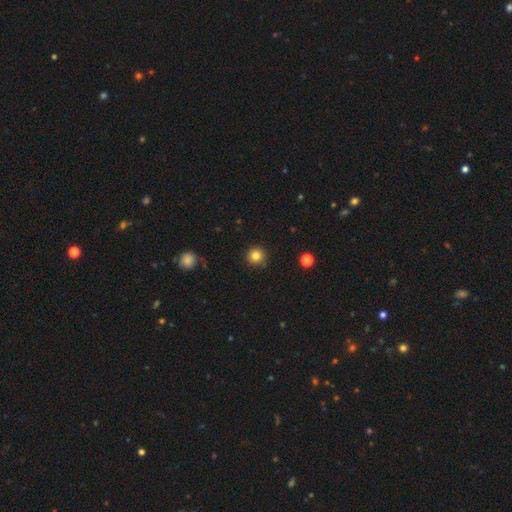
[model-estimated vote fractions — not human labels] Q: Smooth or featured?
A: smooth (82%); runner-up: star or artifact (12%)
Q: How rounded?
A: round (95%); runner-up: in between (4%)
Q: Merging?
A: none (89%); runner-up: minor disturbance (8%)